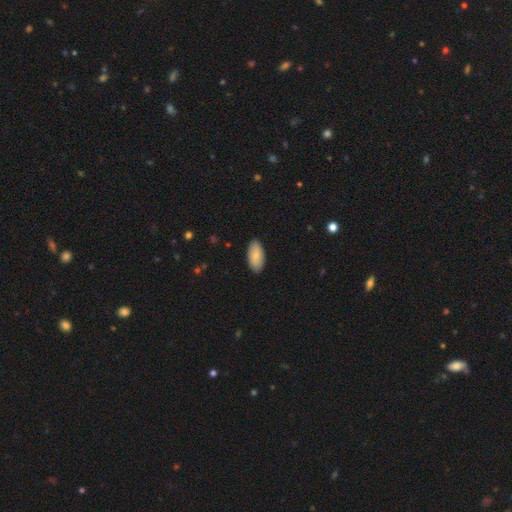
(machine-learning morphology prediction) This is likely a smooth galaxy (79%). How rounded: clearly in between (94%). Merging: clearly none (88%).